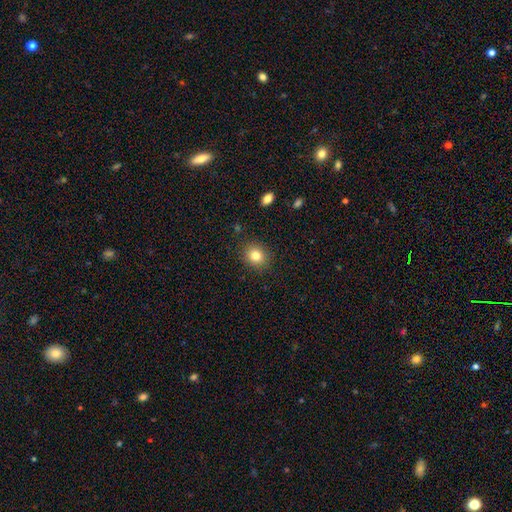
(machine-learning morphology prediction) The model was most divided on "how rounded": round: 71%, in between: 28%, cigar-shaped: 1%. More confident: merging — none (88%); smooth or featured — smooth (82%).